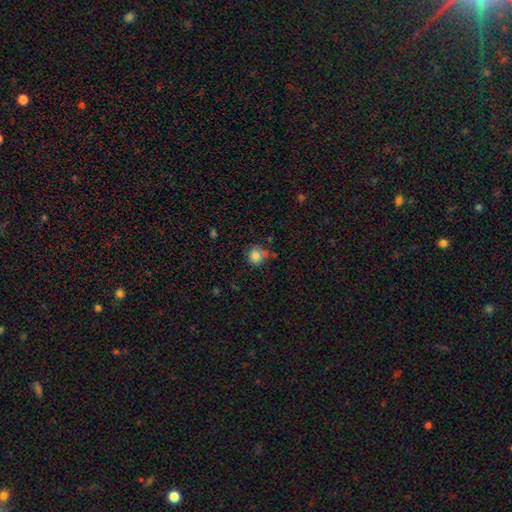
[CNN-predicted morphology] A smooth galaxy with no disk features (82%) that is round (86%). Merging: none (63%).